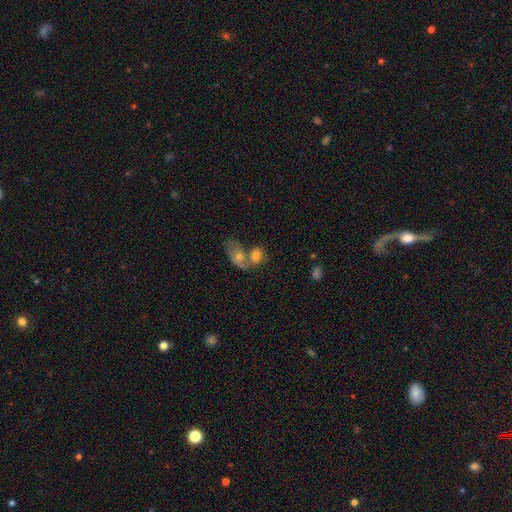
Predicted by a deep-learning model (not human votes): smooth_or_featured: smooth (p=0.69) [alt: featured or disk p=0.22]
how_rounded: in between (p=0.63) [alt: round p=0.35]
merging: merger (p=0.64) [alt: none p=0.22]